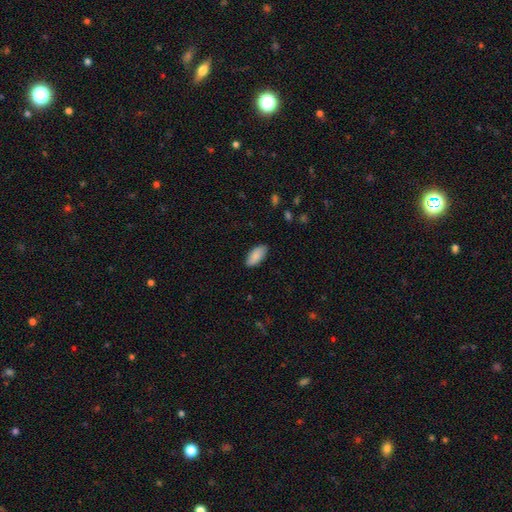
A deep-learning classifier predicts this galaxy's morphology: smooth_or_featured: smooth (p=0.86) [alt: featured or disk p=0.08]
how_rounded: in between (p=0.91) [alt: cigar-shaped p=0.08]
merging: none (p=0.86) [alt: minor disturbance p=0.11]